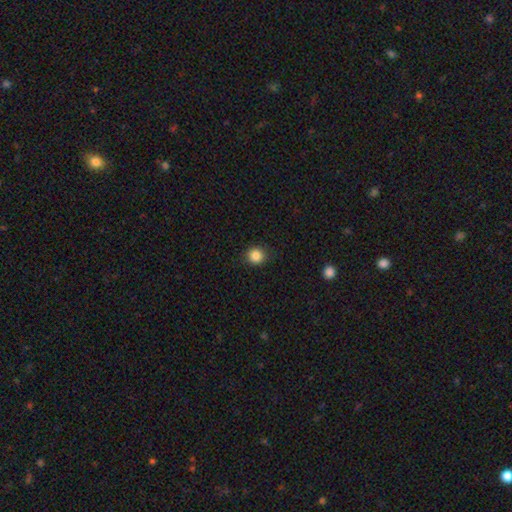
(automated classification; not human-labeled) Q: Smooth or featured?
A: smooth (86%); runner-up: star or artifact (11%)
Q: How rounded?
A: round (88%); runner-up: in between (12%)
Q: Merging?
A: none (88%); runner-up: minor disturbance (8%)